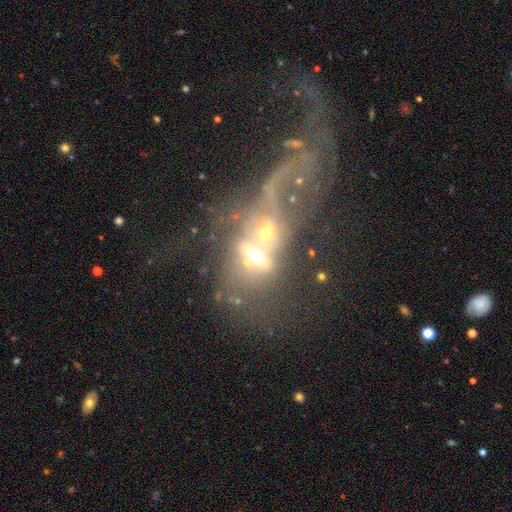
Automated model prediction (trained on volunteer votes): A featured or disk galaxy (59%) with no bar (63%), no spiral arms (64%) and a moderate central bulge (52%). Merging: merger (73%).